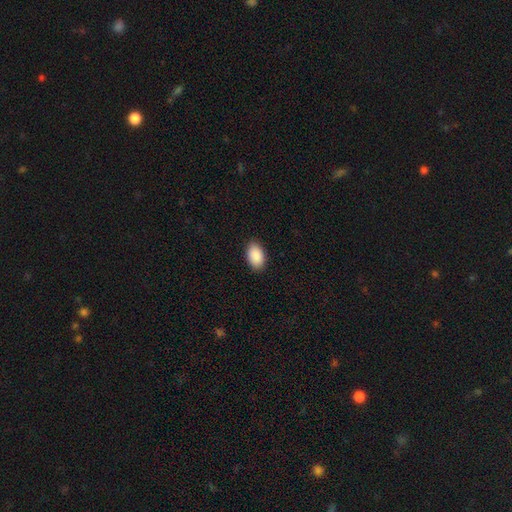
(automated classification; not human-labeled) The model was most divided on "merging": none: 89%, minor disturbance: 9%, major disturbance: 2%, merger: 1%. More confident: how rounded — in between (93%); smooth or featured — smooth (91%).